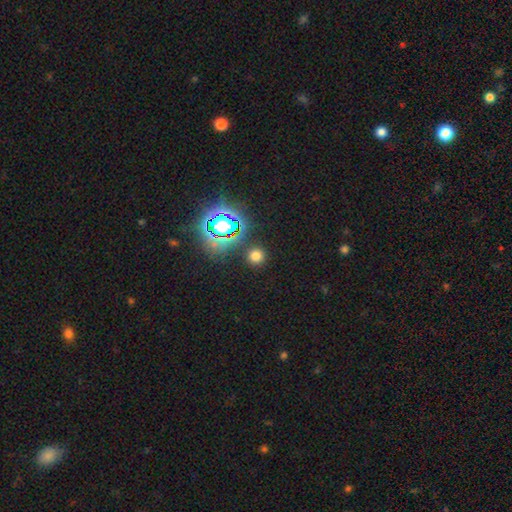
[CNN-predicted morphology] This appears to be a smooth galaxy with no disk features (68%) that is round (92%). Merging: none (88%).